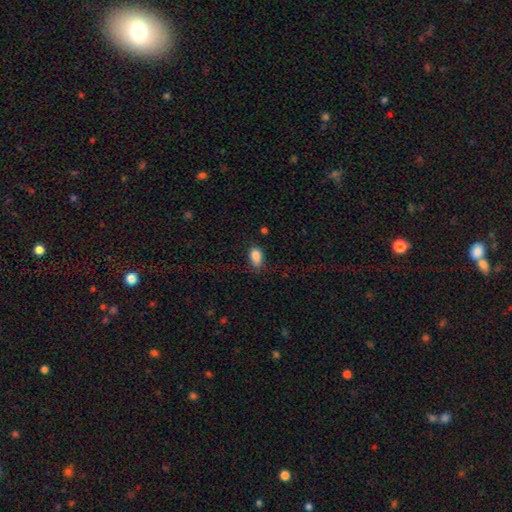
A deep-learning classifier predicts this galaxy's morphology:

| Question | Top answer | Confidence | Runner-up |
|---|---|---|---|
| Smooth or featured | smooth | 87% | star or artifact (8%) |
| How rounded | in between | 88% | round (10%) |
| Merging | none | 67% | minor disturbance (24%) |